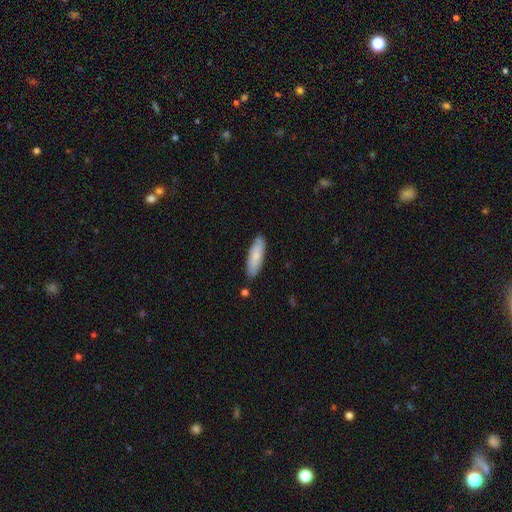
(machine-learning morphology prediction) smooth 76%, featured or disk 18%, star or artifact 6%. Down the decision tree: how rounded — cigar-shaped (50%); merging — none (80%).